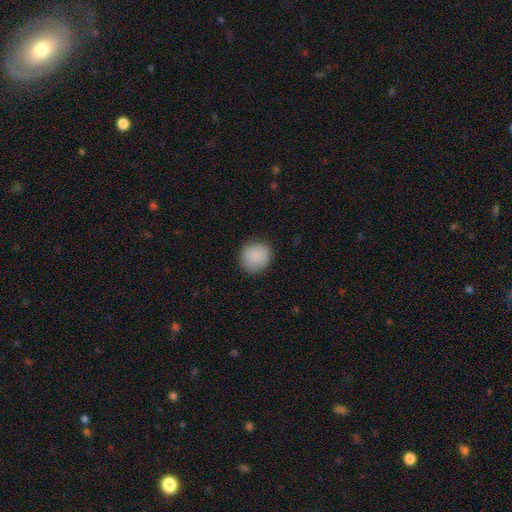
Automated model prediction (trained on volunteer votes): Smooth or featured: smooth — 88% (star or artifact — 7%)
How rounded: round — 88% (in between — 11%)
Merging: none — 85% (minor disturbance — 11%)